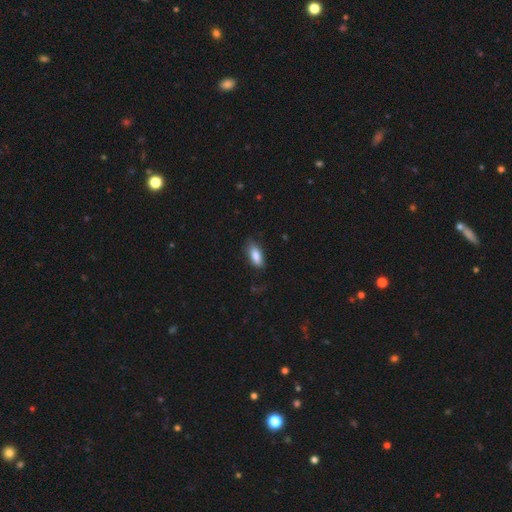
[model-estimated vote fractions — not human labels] A smooth galaxy with no disk features (83%) that is in between round and cigar-shaped (82%). Merging: none (73%).